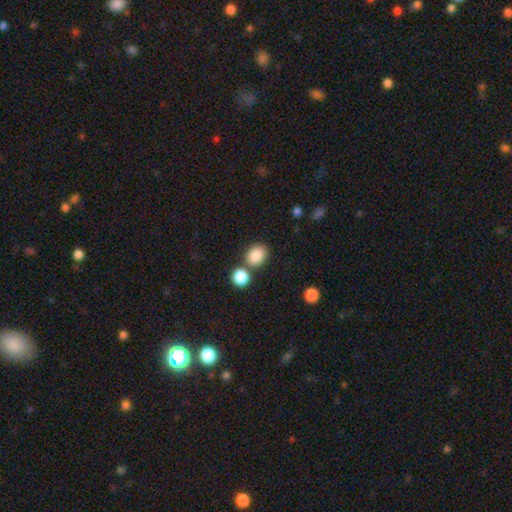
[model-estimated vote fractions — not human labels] A smooth galaxy with no disk features (86%) that is round (57%).

Vote fractions:
- Smooth or featured? smooth: 86% / star or artifact: 9% / featured or disk: 5%
- How rounded? round: 57% / in between: 42% / cigar-shaped: 1%
- Merging? none: 68% / merger: 18% / minor disturbance: 10% / major disturbance: 3%